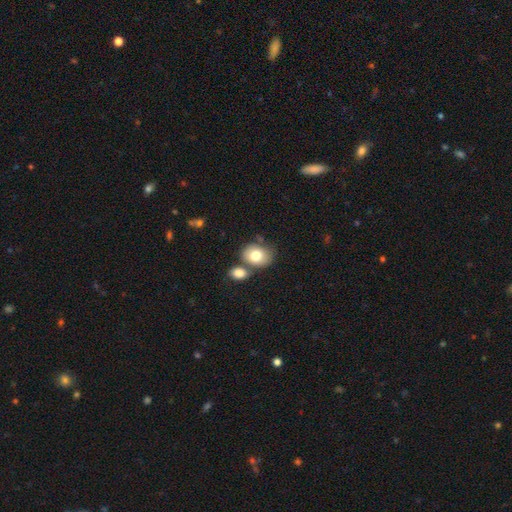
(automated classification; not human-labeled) Smooth or featured? smooth (78%)
How rounded? in between (60%)
Merging? none (52%)